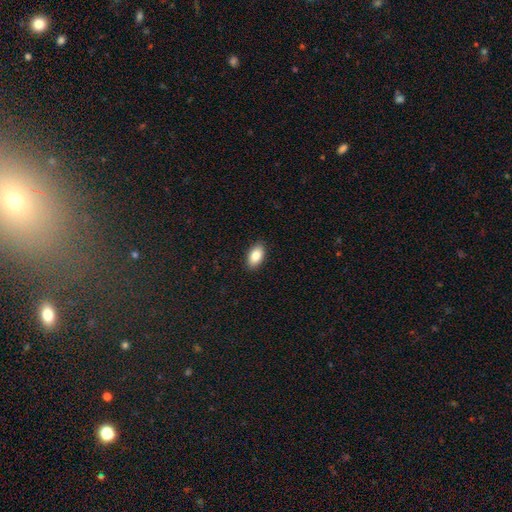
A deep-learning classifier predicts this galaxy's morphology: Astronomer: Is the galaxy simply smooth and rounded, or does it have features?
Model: smooth — 85%.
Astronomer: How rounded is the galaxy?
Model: in between — 93%.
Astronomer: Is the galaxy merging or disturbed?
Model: none — 90%.